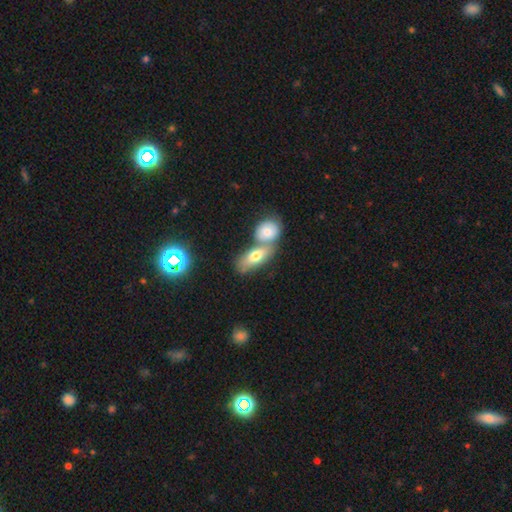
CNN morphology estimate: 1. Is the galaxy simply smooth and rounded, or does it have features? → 68% smooth, 24% featured or disk, 8% star or artifact.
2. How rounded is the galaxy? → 79% in between, 14% cigar-shaped, 7% round.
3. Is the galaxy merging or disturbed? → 54% merger, 34% none, 8% minor disturbance, 3% major disturbance.